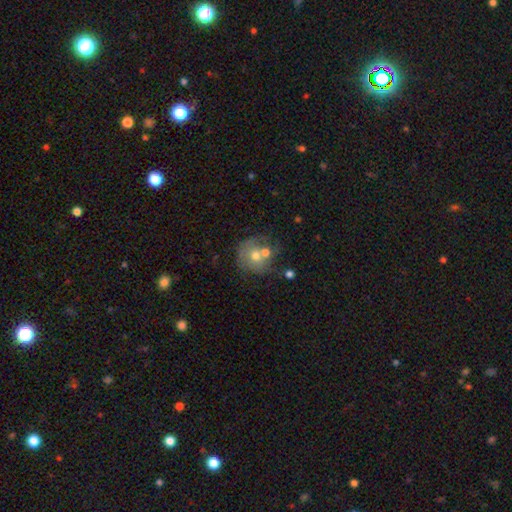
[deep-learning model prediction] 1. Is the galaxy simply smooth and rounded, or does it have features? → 58% smooth, 33% featured or disk, 9% star or artifact.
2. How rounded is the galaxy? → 83% round, 17% in between, 1% cigar-shaped.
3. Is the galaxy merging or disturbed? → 39% none, 38% merger, 15% minor disturbance, 9% major disturbance.